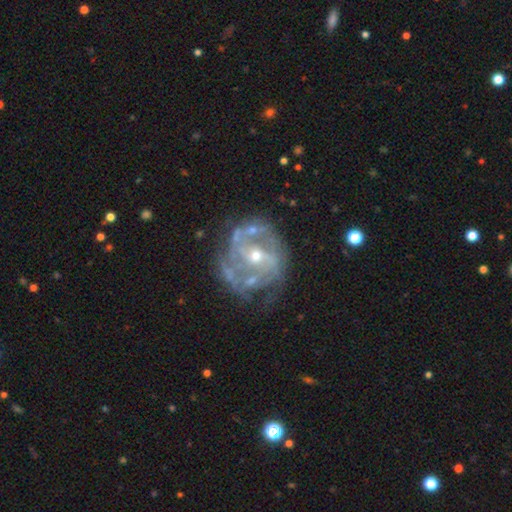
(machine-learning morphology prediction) Smooth or featured: featured or disk — 83% (smooth — 9%)
Edge-on disk: no — 97% (yes — 3%)
Bar: no — 44% (weak — 37%)
Spiral arms: yes — 76% (no — 24%)
Spiral winding: tight — 45% (medium — 40%)
Spiral arm count: 2 — 36% (can't tell — 35%)
Bulge size: moderate — 48% (tied with small — 48%)
Merging: none — 56% (minor disturbance — 22%)